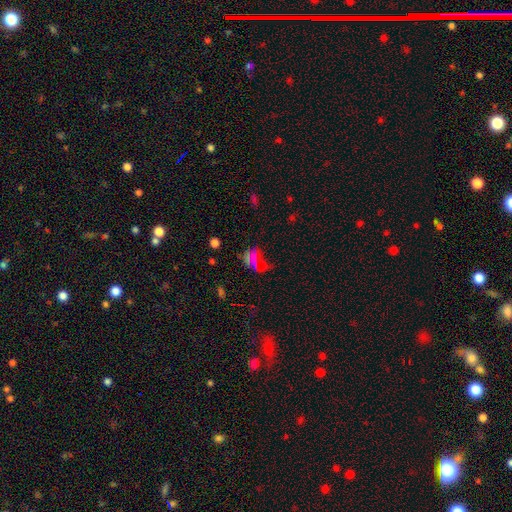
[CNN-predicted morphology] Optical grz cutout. It shows a star or artifact, not a galaxy (46%).